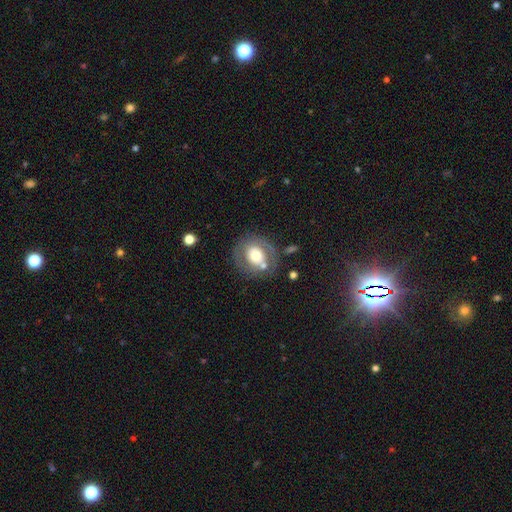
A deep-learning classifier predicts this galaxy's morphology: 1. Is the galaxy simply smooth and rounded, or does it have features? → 48% featured or disk, 44% smooth, 8% star or artifact.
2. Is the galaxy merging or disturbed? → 67% none, 16% minor disturbance, 10% major disturbance, 8% merger.